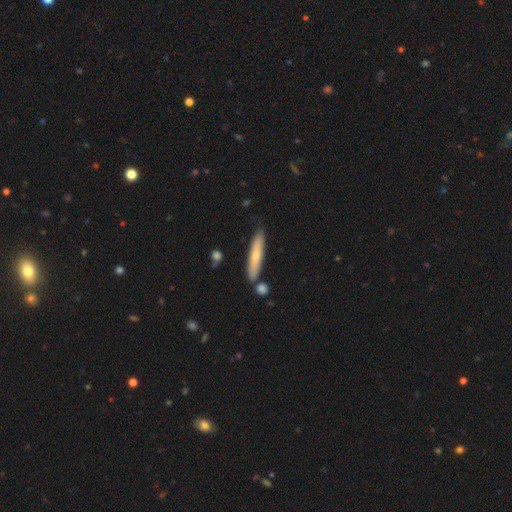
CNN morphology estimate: type=smooth (63%); roundness=cigar-shaped (90%); merging=none (79%).